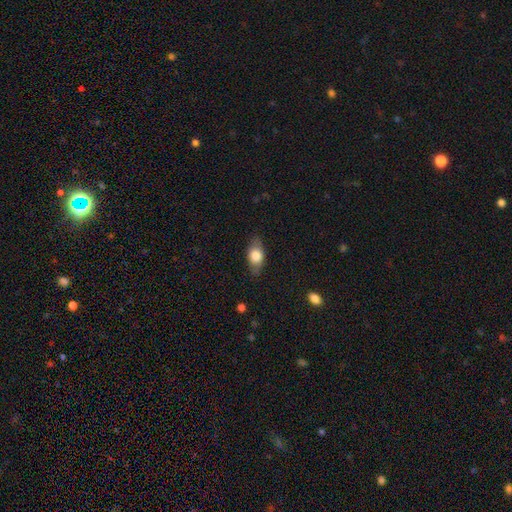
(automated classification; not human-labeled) Smooth or featured?
  - smooth: 71% *
  - featured or disk: 22%
  - star or artifact: 7%
How rounded?
  - in between: 82% *
  - round: 11%
  - cigar-shaped: 7%
Merging?
  - none: 79% *
  - minor disturbance: 15%
  - major disturbance: 4%
  - merger: 1%